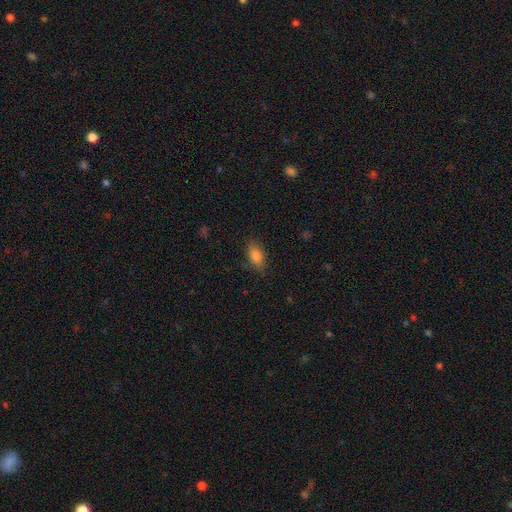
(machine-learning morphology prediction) type=smooth (81%); roundness=in between (84%); merging=none (80%).